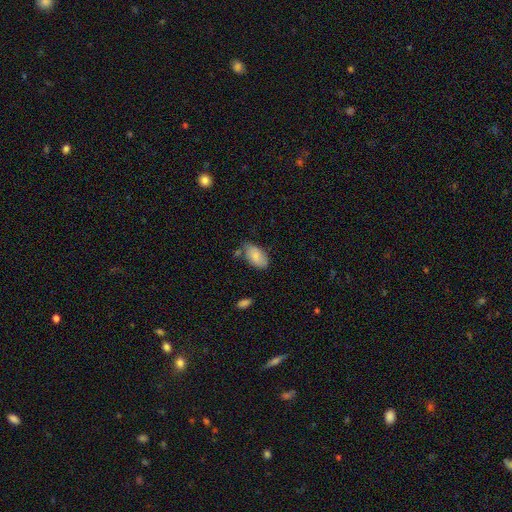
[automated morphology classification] smooth_or_featured: smooth (p=0.81) [alt: featured or disk p=0.12]
how_rounded: in between (p=0.94) [alt: round p=0.04]
merging: none (p=0.64) [alt: minor disturbance p=0.24]